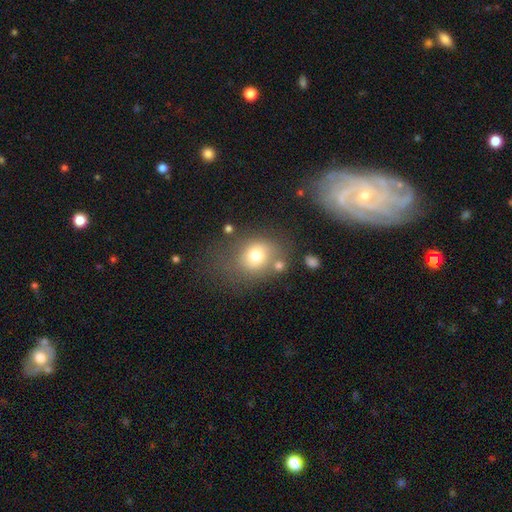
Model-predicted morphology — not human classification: Smooth or featured?
  - smooth: 71% *
  - featured or disk: 17%
  - star or artifact: 12%
How rounded?
  - round: 56% *
  - in between: 43%
  - cigar-shaped: 1%
Merging?
  - none: 52% *
  - minor disturbance: 20%
  - major disturbance: 15%
  - merger: 13%